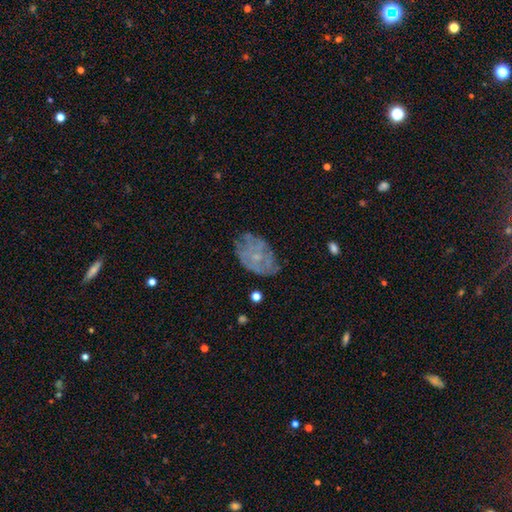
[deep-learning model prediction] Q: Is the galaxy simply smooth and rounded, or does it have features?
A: featured or disk — 60%.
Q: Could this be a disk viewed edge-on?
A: no — 96%.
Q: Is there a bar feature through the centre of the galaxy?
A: no — 85%.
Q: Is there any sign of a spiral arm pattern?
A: yes — 56%.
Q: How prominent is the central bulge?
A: small — 73%.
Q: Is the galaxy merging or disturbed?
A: none — 66%.